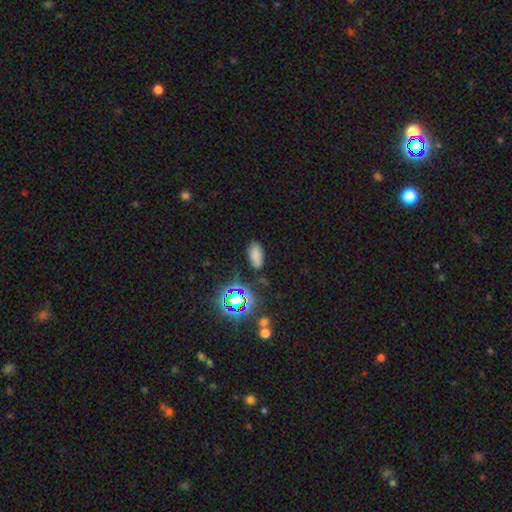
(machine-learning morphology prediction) Smooth or featured? smooth (72%)
How rounded? in between (91%)
Merging? none (81%)